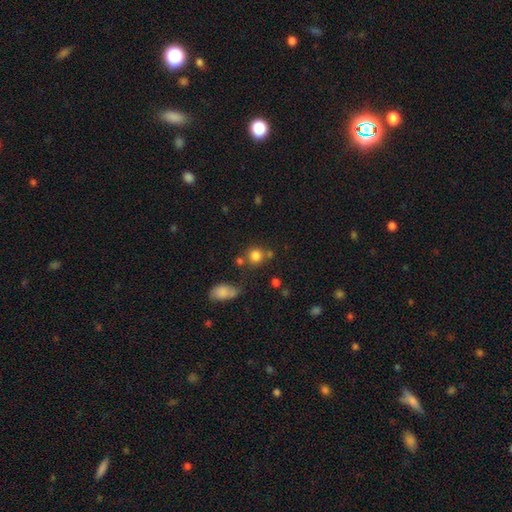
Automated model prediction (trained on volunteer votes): This is clearly a smooth galaxy (80%). How rounded: clearly round (85%). Merging: likely none (66%).